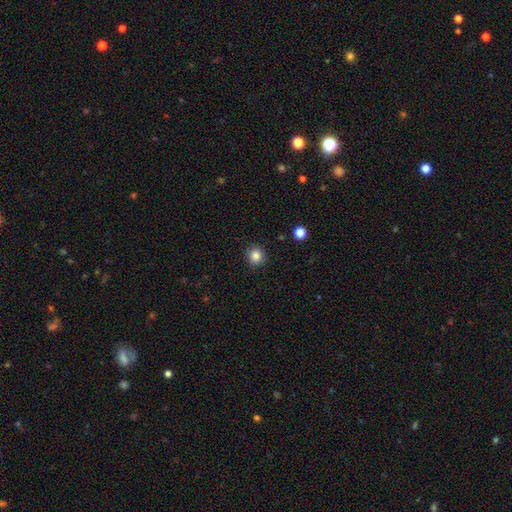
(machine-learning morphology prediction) This appears to be a smooth galaxy with no disk features (84%) that is round (86%). Merging: none (89%).